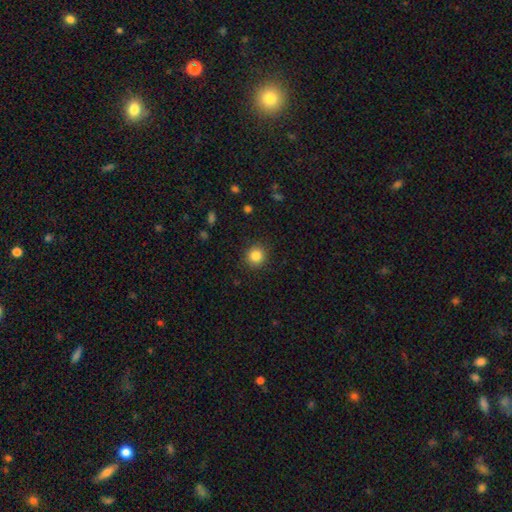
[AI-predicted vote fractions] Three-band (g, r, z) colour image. It shows a smooth galaxy with no disk features (85%) that is round (92%). Merging: none (90%).